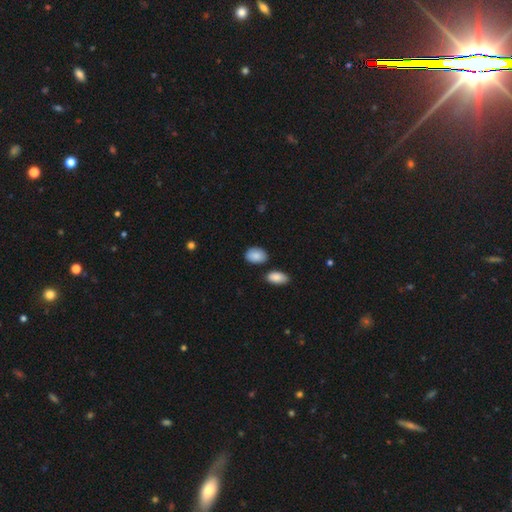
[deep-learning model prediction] A smooth galaxy with no disk features (88%) that is in between round and cigar-shaped (83%).

Vote fractions:
- Smooth or featured? smooth: 88% / star or artifact: 7% / featured or disk: 5%
- How rounded? in between: 83% / round: 16% / cigar-shaped: 1%
- Merging? none: 78% / minor disturbance: 13% / merger: 7% / major disturbance: 3%